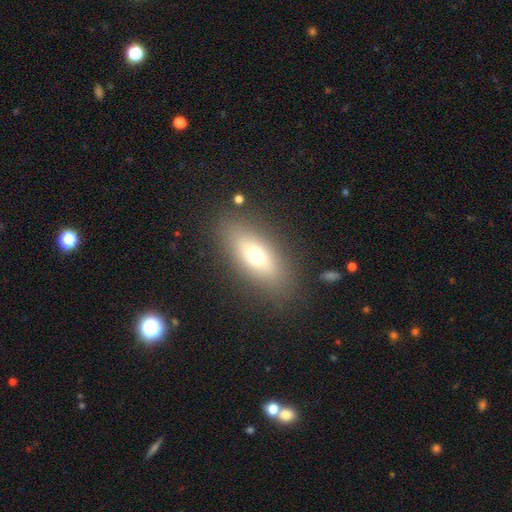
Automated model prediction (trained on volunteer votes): The model was most divided on "smooth or featured": smooth: 63%, featured or disk: 27%, star or artifact: 10%. More confident: merging — none (84%); how rounded — in between (72%).